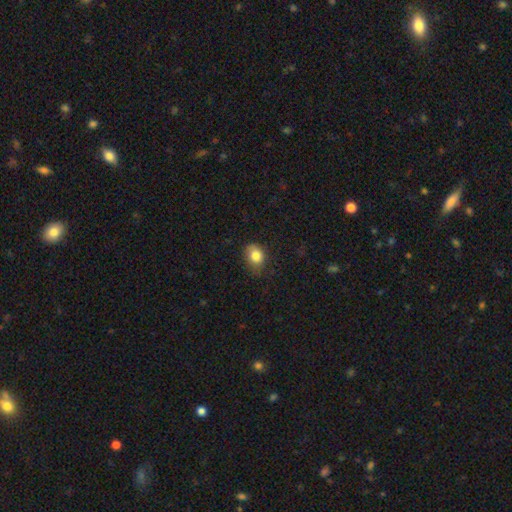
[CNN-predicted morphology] A smooth galaxy with no disk features (83%) that is in between round and cigar-shaped (58%).

Vote fractions:
- Smooth or featured? smooth: 83% / star or artifact: 9% / featured or disk: 8%
- How rounded? in between: 58% / round: 41% / cigar-shaped: 1%
- Merging? none: 65% / minor disturbance: 27% / major disturbance: 7% / merger: 1%